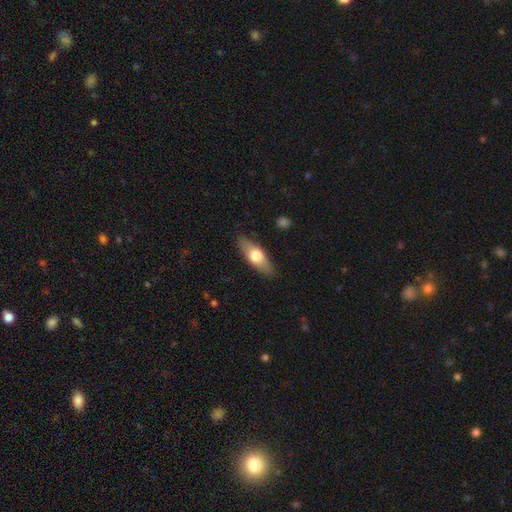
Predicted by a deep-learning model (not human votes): A smooth galaxy with no disk features (61%) that is in between round and cigar-shaped (63%).

Vote fractions:
- Smooth or featured? smooth: 61% / featured or disk: 34% / star or artifact: 6%
- How rounded? in between: 63% / cigar-shaped: 33% / round: 3%
- Merging? none: 86% / minor disturbance: 10% / major disturbance: 2% / merger: 1%